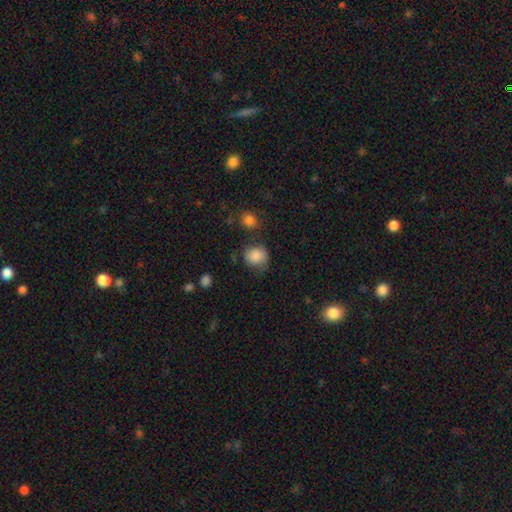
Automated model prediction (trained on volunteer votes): Smooth or featured?
  - smooth: 83% *
  - star or artifact: 9%
  - featured or disk: 8%
How rounded?
  - round: 76% *
  - in between: 23%
  - cigar-shaped: 1%
Merging?
  - none: 60% *
  - minor disturbance: 24%
  - major disturbance: 10%
  - merger: 6%